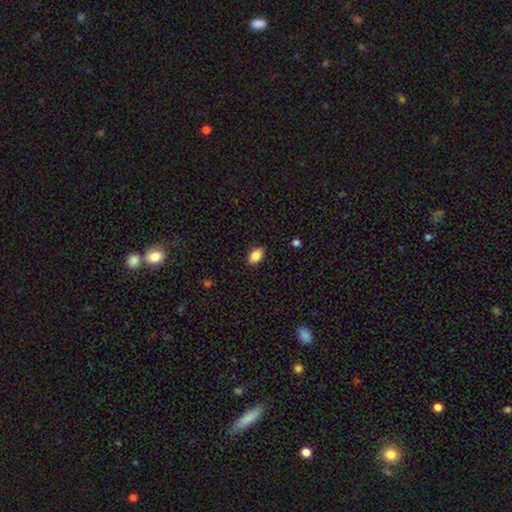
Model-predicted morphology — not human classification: The model was most divided on "how rounded": in between: 88%, round: 11%, cigar-shaped: 1%. More confident: merging — none (87%); smooth or featured — smooth (87%).